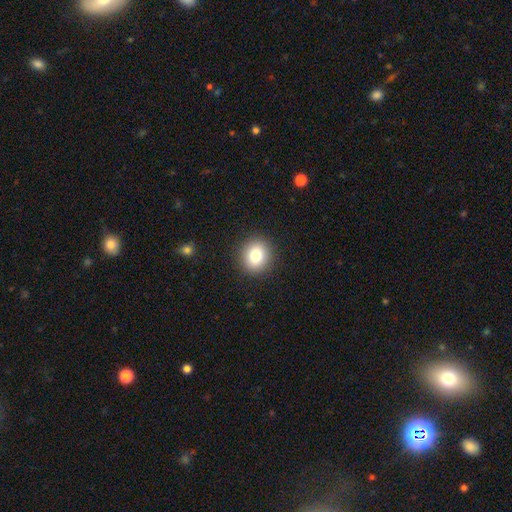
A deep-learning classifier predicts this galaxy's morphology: smooth 81%, star or artifact 10%, featured or disk 9%. Down the decision tree: how rounded — round (83%); merging — none (91%).